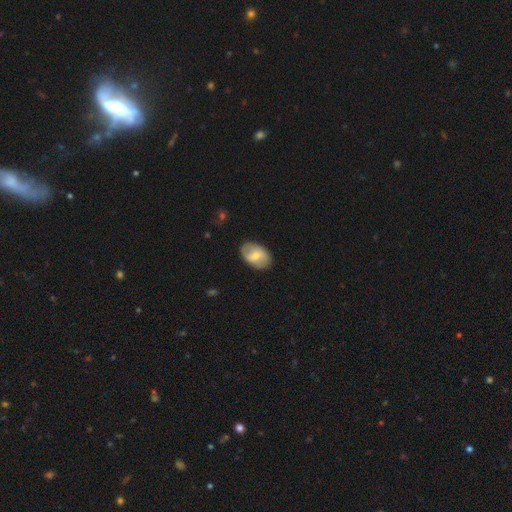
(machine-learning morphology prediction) A smooth galaxy with no disk features (55%) that is in between round and cigar-shaped (86%). Merging: none (82%).